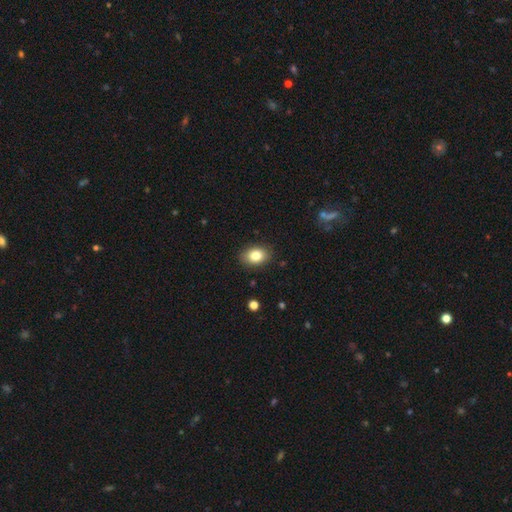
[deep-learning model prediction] This appears to be a smooth galaxy with no disk features (83%) that is in between round and cigar-shaped (76%). Merging: none (87%).